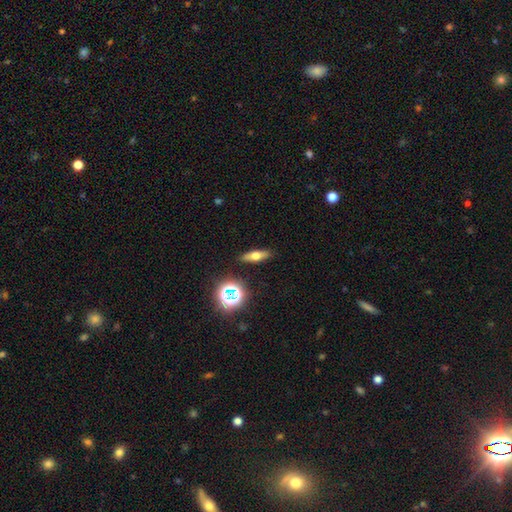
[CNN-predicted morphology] This appears to be a smooth galaxy with no disk features (54%) that is cigar-shaped (47%). Merging: none (89%).